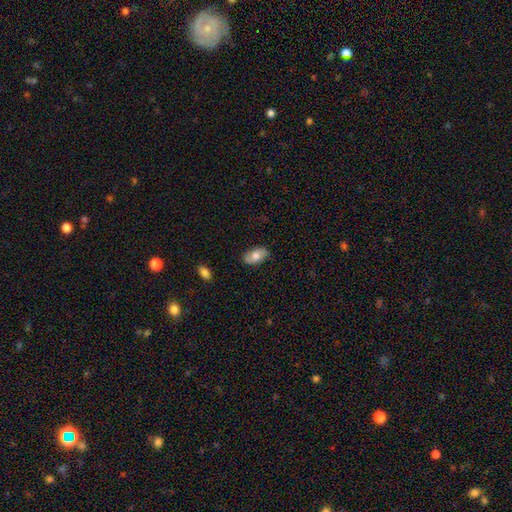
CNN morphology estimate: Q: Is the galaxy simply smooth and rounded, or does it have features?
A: smooth — 71%.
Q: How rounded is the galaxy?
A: in between — 93%.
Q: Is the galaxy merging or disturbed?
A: none — 83%.